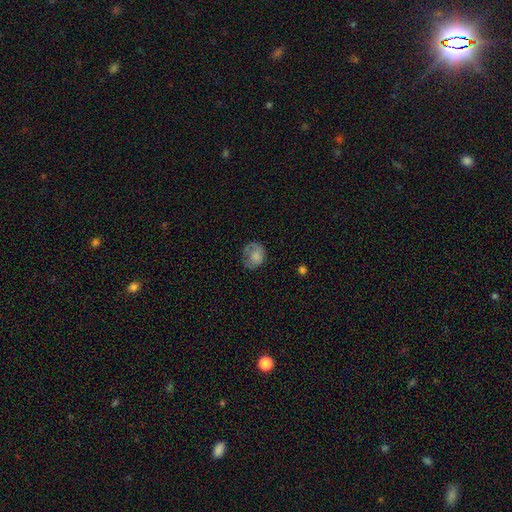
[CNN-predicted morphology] Overall: smooth (74%). How rounded: round (61%; in between 38%). Merging: none (52%; minor disturbance 29%).